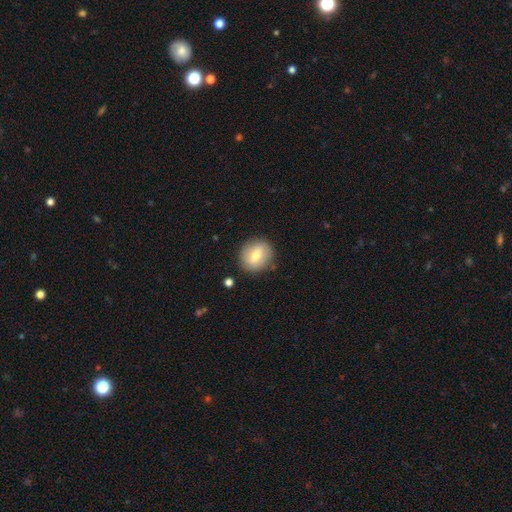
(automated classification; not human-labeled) Smooth or featured? Predicted: smooth (p=0.71). How rounded? Predicted: round (p=0.83). Merging? Predicted: none (p=0.86).